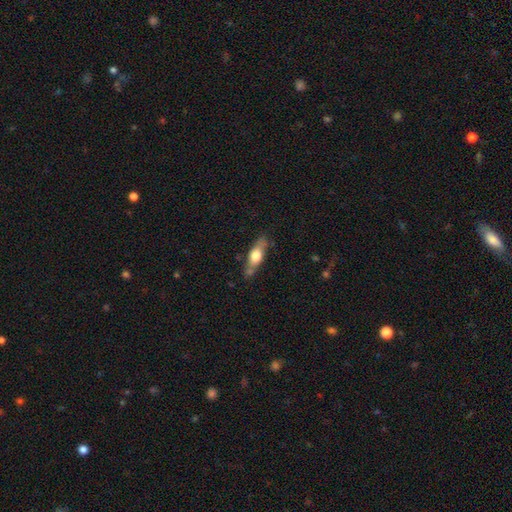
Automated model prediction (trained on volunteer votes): smooth_or_featured: smooth (p=0.56) [alt: featured or disk p=0.38]
how_rounded: cigar-shaped (p=0.48) [tied with: in between p=0.48]
merging: none (p=0.70) [alt: minor disturbance p=0.20]